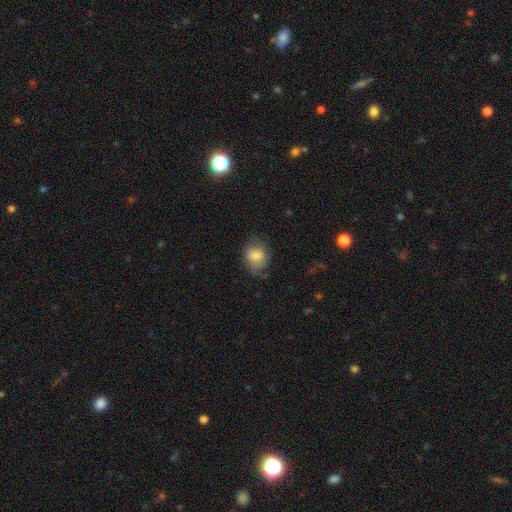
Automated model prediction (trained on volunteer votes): smooth 76%, featured or disk 16%, star or artifact 8%. Down the decision tree: how rounded — round (53%); merging — none (60%).